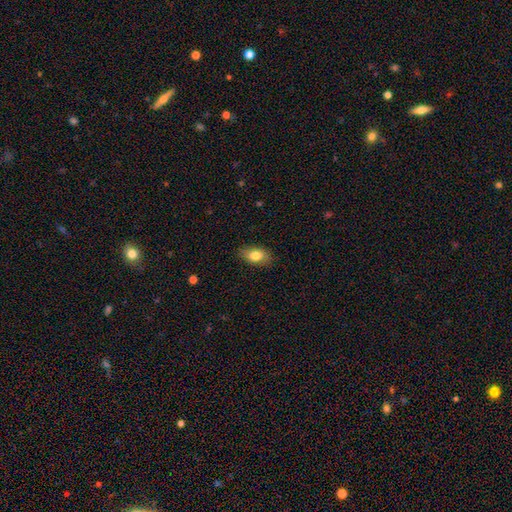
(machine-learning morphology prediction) smooth-or-featured: smooth: 80% | featured or disk: 12% | star or artifact: 8%
  how-rounded: in between: 88% | round: 9% | cigar-shaped: 3%
  merging: none: 85% | minor disturbance: 12% | major disturbance: 3% | merger: 1%